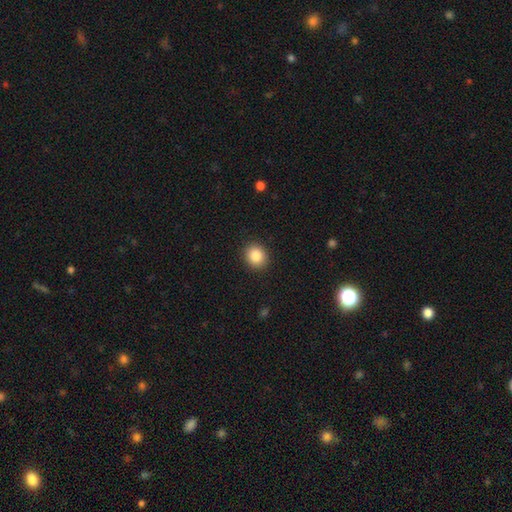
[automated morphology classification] Smooth or featured? smooth (86%)
How rounded? round (79%)
Merging? none (91%)